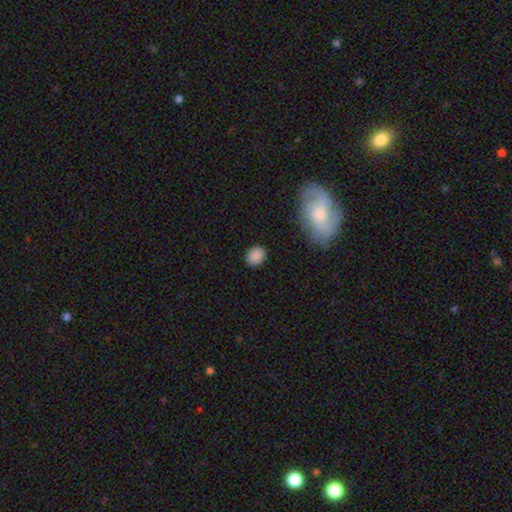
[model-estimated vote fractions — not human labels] Overall: smooth (87%). How rounded: round (51%; in between 48%). Merging: none (86%).